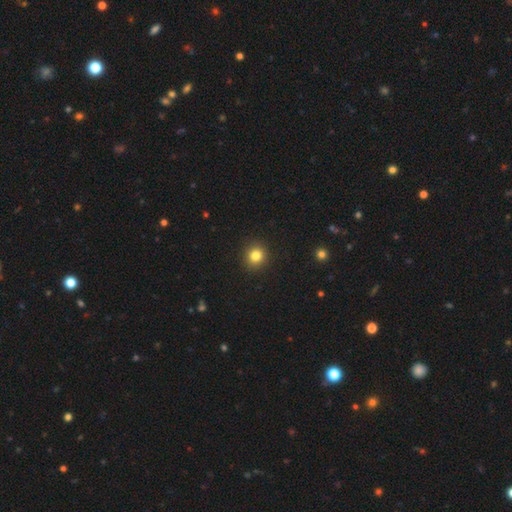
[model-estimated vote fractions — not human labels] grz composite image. It shows a smooth galaxy with no disk features (83%) that is round (89%). Merging: none (92%).